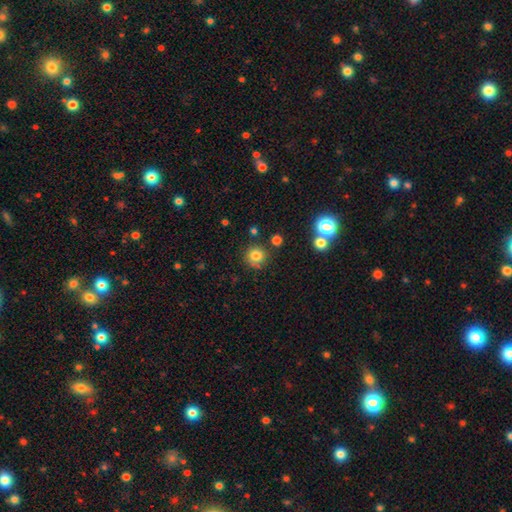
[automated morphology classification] type=smooth (80%); roundness=round (92%); merging=none (80%).